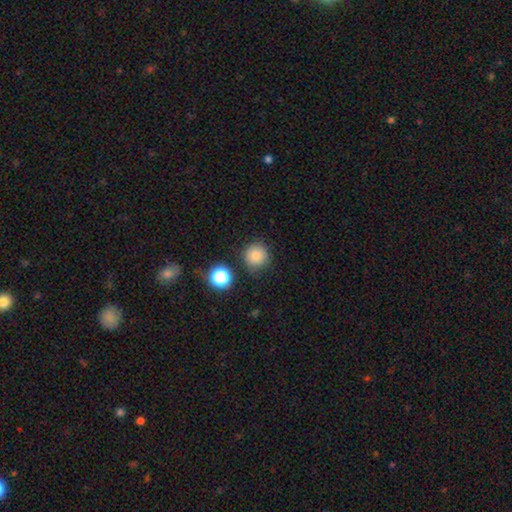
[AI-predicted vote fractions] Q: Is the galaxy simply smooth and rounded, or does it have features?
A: smooth — 82%.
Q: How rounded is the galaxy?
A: round — 93%.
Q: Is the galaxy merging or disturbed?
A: none — 82%.